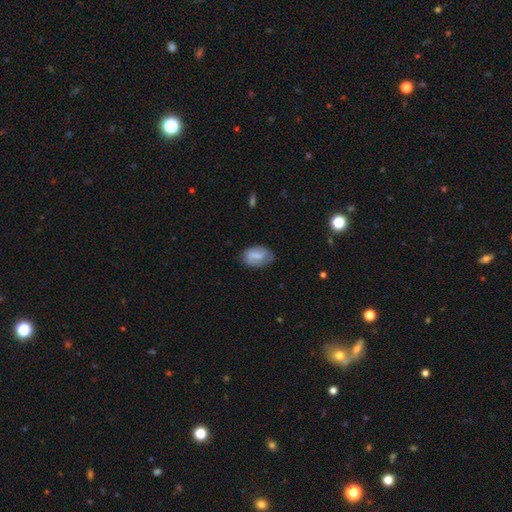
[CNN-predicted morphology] type=smooth (63%); roundness=in between (89%); merging=none (69%).